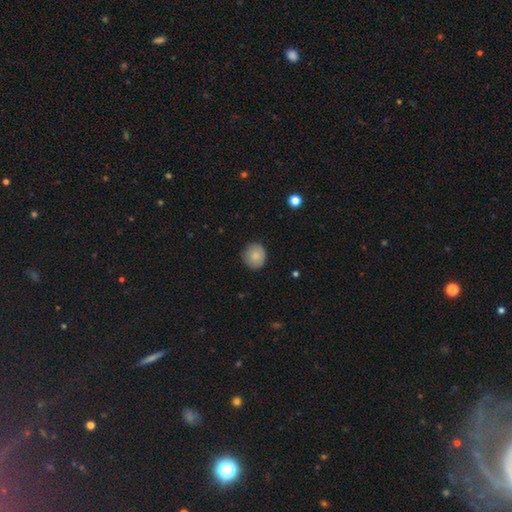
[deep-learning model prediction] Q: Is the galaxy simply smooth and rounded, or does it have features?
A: smooth — 84%.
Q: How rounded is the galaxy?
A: round — 88%.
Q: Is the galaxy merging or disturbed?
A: none — 86%.